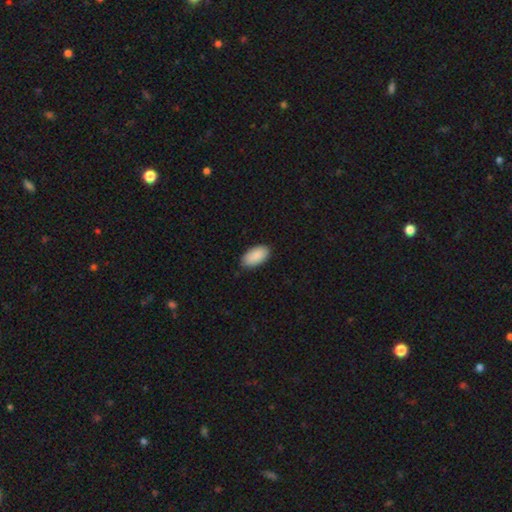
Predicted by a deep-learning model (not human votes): This appears to be a smooth galaxy with no disk features (90%) that is in between round and cigar-shaped (96%). Merging: none (86%).